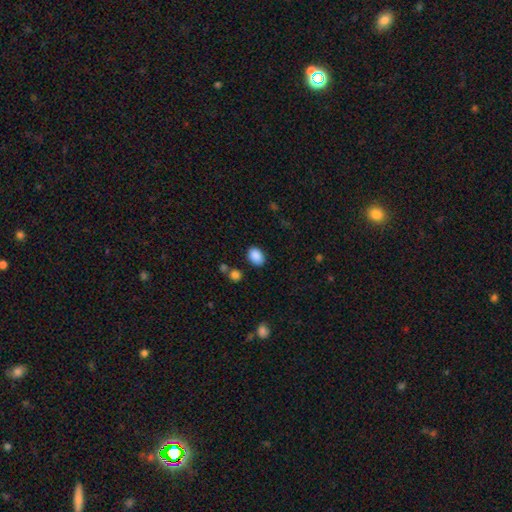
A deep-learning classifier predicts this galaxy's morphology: type=smooth (88%); roundness=in between (77%); merging=none (83%).